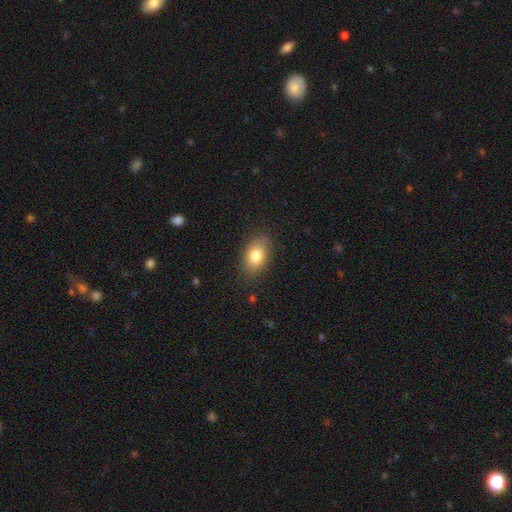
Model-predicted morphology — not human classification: Smooth or featured?
  - smooth: 81% *
  - featured or disk: 11%
  - star or artifact: 8%
How rounded?
  - in between: 84% *
  - round: 14%
  - cigar-shaped: 2%
Merging?
  - none: 80% *
  - minor disturbance: 15%
  - major disturbance: 4%
  - merger: 1%